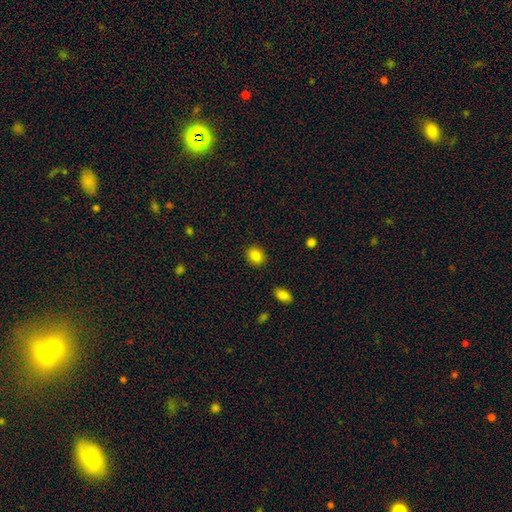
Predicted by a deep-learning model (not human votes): smooth-or-featured: smooth: 84% | star or artifact: 10% | featured or disk: 6%
  how-rounded: round: 65% | in between: 34% | cigar-shaped: 1%
  merging: none: 89% | minor disturbance: 7% | major disturbance: 2% | merger: 1%